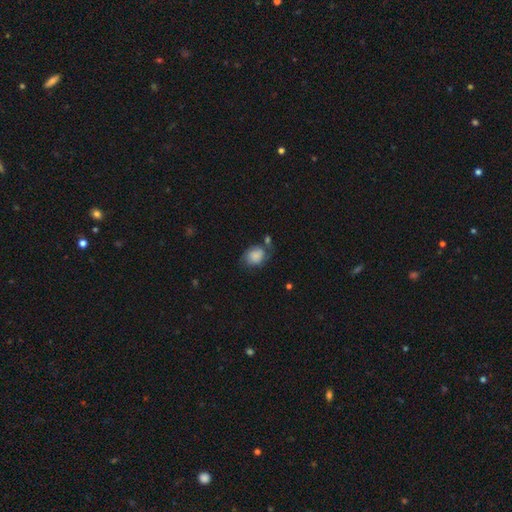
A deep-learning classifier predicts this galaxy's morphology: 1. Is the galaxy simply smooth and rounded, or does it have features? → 76% smooth, 15% featured or disk, 8% star or artifact.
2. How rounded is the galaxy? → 56% in between, 42% round, 1% cigar-shaped.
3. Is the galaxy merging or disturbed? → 46% none, 30% minor disturbance, 15% major disturbance, 10% merger.